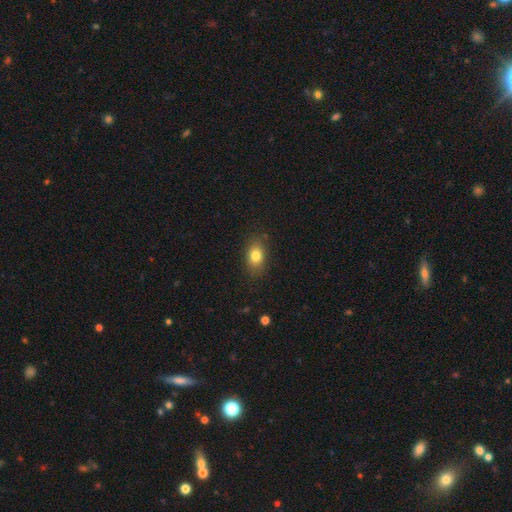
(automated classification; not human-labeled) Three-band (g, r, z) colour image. It shows a smooth galaxy with no disk features (80%) that is in between round and cigar-shaped (78%). Merging: none (84%).